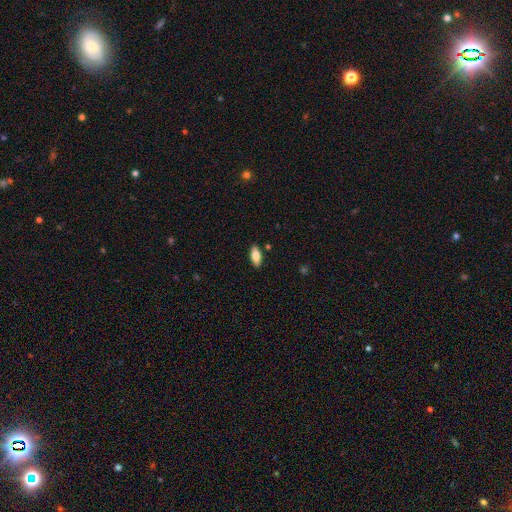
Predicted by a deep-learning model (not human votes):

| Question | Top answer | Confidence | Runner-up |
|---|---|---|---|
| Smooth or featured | smooth | 76% | featured or disk (17%) |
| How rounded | in between | 84% | cigar-shaped (13%) |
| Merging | none | 88% | minor disturbance (9%) |